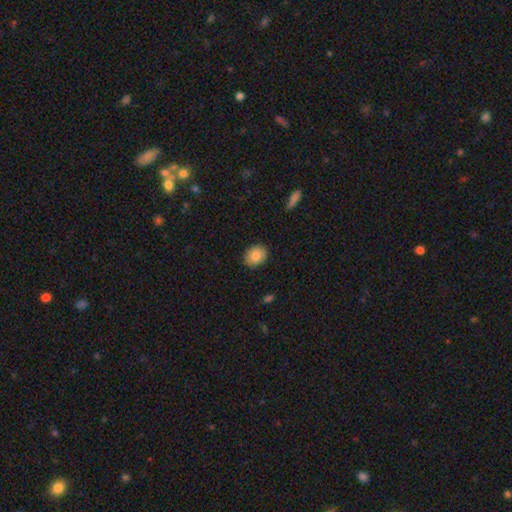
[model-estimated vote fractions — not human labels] Smooth or featured?
  - smooth: 86% *
  - star or artifact: 8%
  - featured or disk: 6%
How rounded?
  - in between: 58% *
  - round: 41%
  - cigar-shaped: 1%
Merging?
  - none: 86% *
  - minor disturbance: 11%
  - major disturbance: 2%
  - merger: 1%